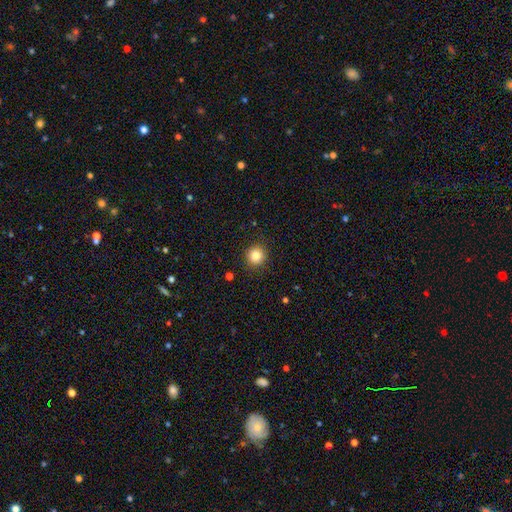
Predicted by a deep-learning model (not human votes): A smooth galaxy with no disk features (84%) that is round (91%).

Vote fractions:
- Smooth or featured? smooth: 84% / star or artifact: 11% / featured or disk: 5%
- How rounded? round: 91% / in between: 8% / cigar-shaped: 1%
- Merging? none: 91% / minor disturbance: 6% / major disturbance: 2% / merger: 1%